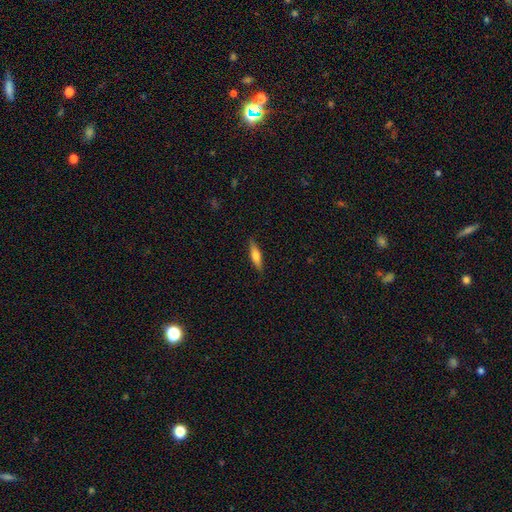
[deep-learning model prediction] Smooth or featured? Predicted: smooth (p=0.59). How rounded? Predicted: cigar-shaped (p=0.72). Merging? Predicted: none (p=0.88).